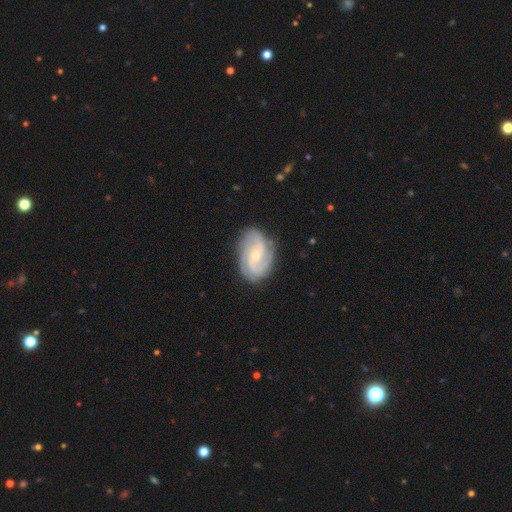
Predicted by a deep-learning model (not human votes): Smooth or featured? featured or disk (85%)
Edge-on disk? no (98%)
Bar? no (54%)
Spiral arms? yes (97%)
Spiral winding? tight (46%)
Spiral arm count? 3 (39%)
Bulge size? small (63%)
Merging? none (79%)